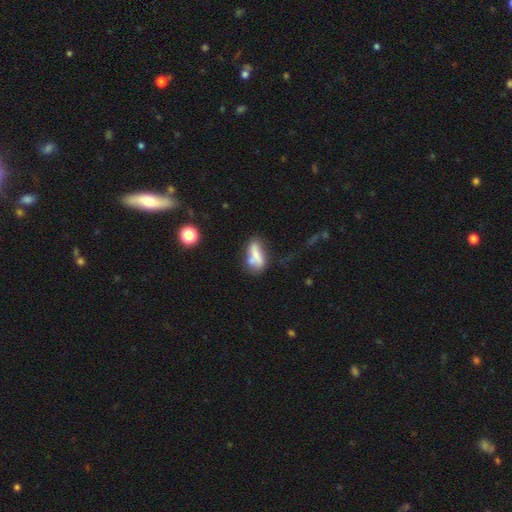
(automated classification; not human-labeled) Smooth or featured? smooth (59%)
How rounded? in between (70%)
Merging? none (40%)